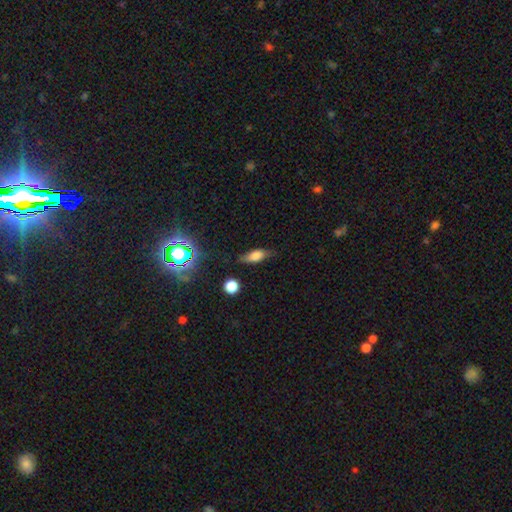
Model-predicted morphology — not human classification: The model was most divided on "smooth or featured": smooth: 63%, featured or disk: 25%, star or artifact: 12%. More confident: merging — none (73%); how rounded — in between (67%).